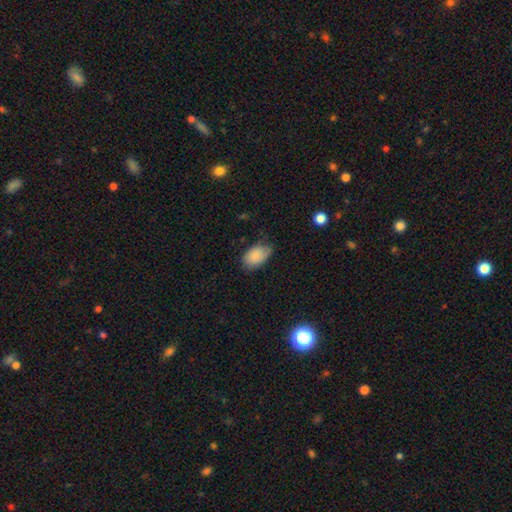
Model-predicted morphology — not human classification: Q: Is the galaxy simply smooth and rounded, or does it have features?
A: smooth — 85%.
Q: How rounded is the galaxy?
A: in between — 90%.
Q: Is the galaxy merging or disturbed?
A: none — 59%.